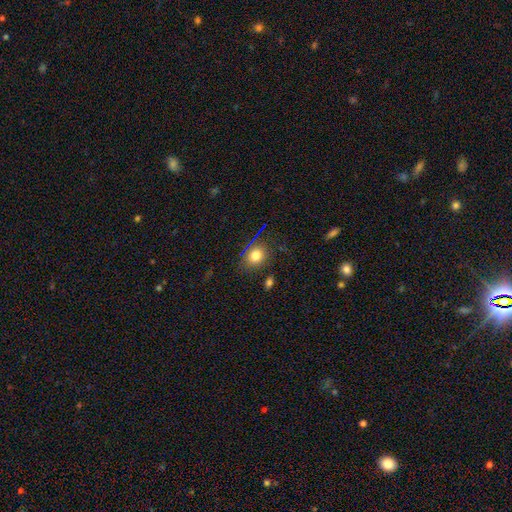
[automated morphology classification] Smooth or featured?
  - smooth: 77% *
  - star or artifact: 15%
  - featured or disk: 8%
How rounded?
  - round: 58% *
  - in between: 40%
  - cigar-shaped: 1%
Merging?
  - none: 80% *
  - minor disturbance: 12%
  - major disturbance: 4%
  - merger: 3%